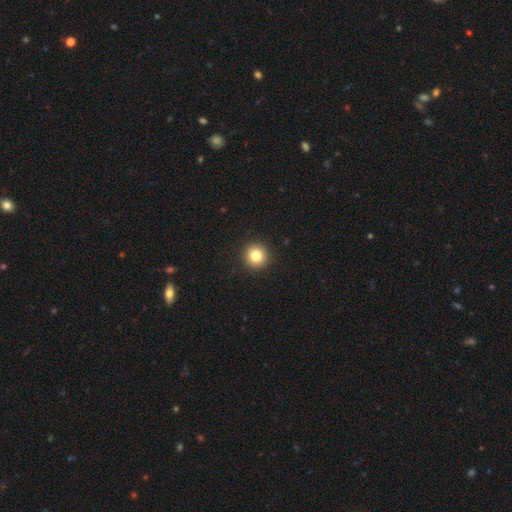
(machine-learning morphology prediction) Smooth or featured: smooth — 82% (star or artifact — 11%)
How rounded: round — 95% (in between — 4%)
Merging: none — 93% (minor disturbance — 4%)